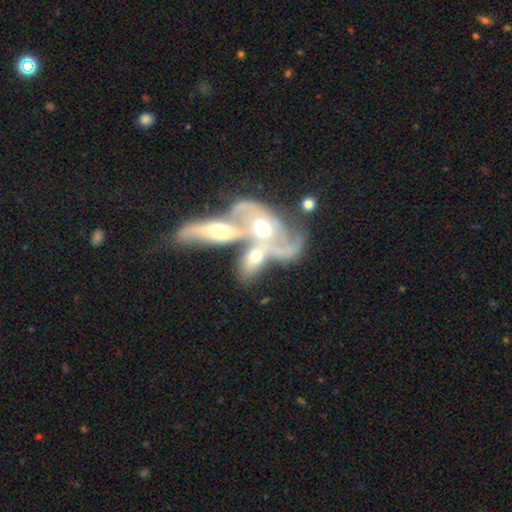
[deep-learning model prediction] smooth-or-featured: featured or disk: 51% | smooth: 40% | star or artifact: 9%
  disk-edge-on: no: 83% | yes: 17%
  merging: merger: 75% | none: 10% | major disturbance: 9% | minor disturbance: 6%